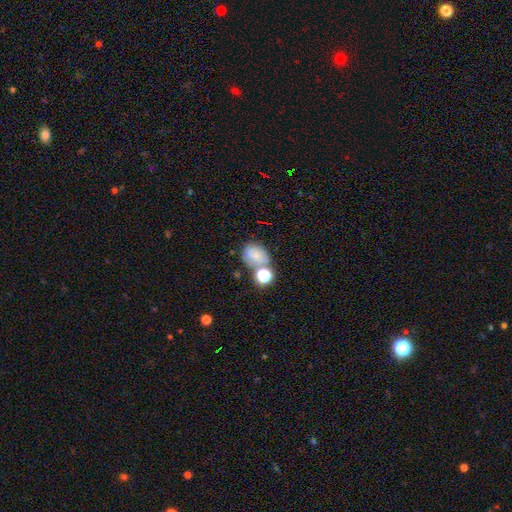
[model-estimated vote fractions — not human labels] Smooth or featured? Predicted: smooth (p=0.70). How rounded? Predicted: in between (p=0.57). Merging? Predicted: none (p=0.46).